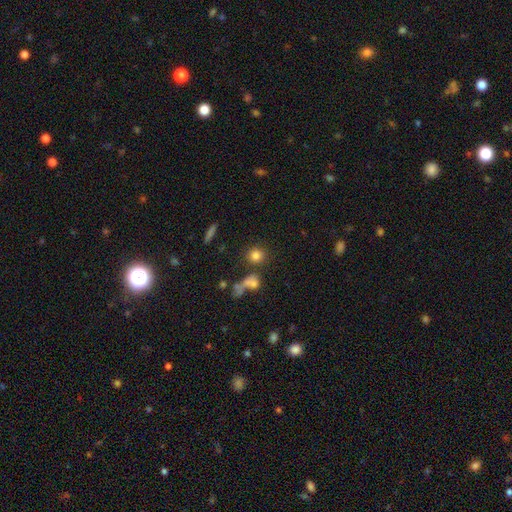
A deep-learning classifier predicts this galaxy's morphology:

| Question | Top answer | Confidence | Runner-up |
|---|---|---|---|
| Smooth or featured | smooth | 79% | star or artifact (13%) |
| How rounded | round | 85% | in between (13%) |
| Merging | none | 71% | merger (14%) |